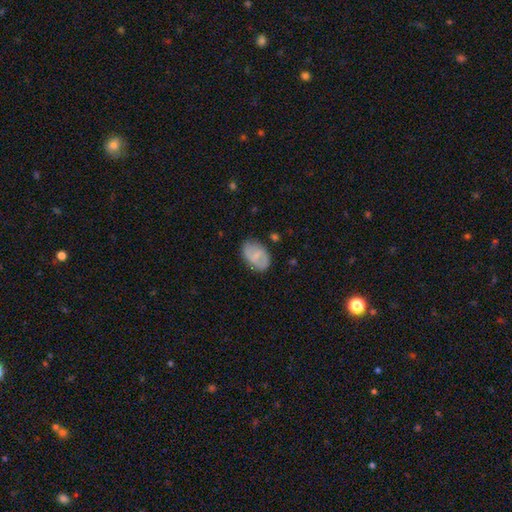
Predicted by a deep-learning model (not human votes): This appears to be a smooth galaxy with no disk features (58%) that is in between round and cigar-shaped (86%). Merging: none (76%).